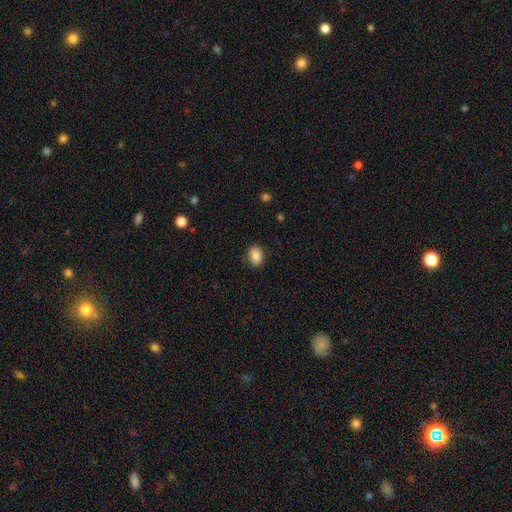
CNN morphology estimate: The model was most divided on "how rounded": in between: 68%, round: 31%, cigar-shaped: 1%. More confident: smooth or featured — smooth (88%); merging — none (86%).